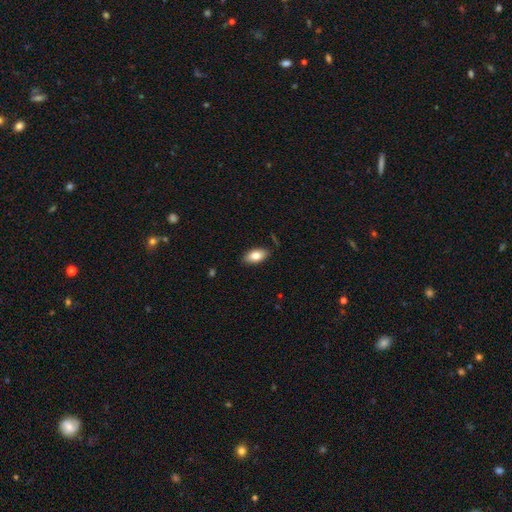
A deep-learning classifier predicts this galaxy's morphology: smooth-or-featured: smooth: 81% | featured or disk: 12% | star or artifact: 7%
  how-rounded: in between: 92% | cigar-shaped: 5% | round: 4%
  merging: none: 85% | minor disturbance: 12% | major disturbance: 2% | merger: 1%